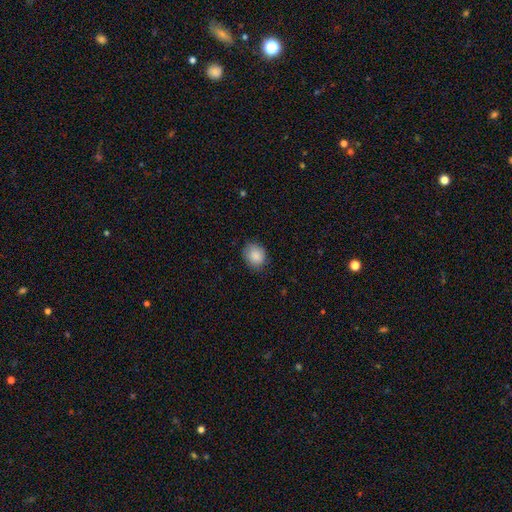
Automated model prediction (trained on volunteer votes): The model was most divided on "how rounded": round: 64%, in between: 35%, cigar-shaped: 1%. More confident: smooth or featured — smooth (88%); merging — none (79%).